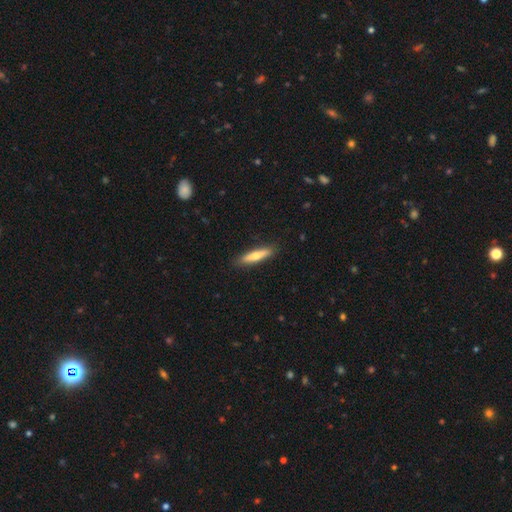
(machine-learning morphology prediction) smooth-or-featured: smooth: 63% | featured or disk: 32% | star or artifact: 6%
  how-rounded: cigar-shaped: 80% | in between: 19% | round: 2%
  merging: none: 89% | minor disturbance: 8% | major disturbance: 2% | merger: 1%